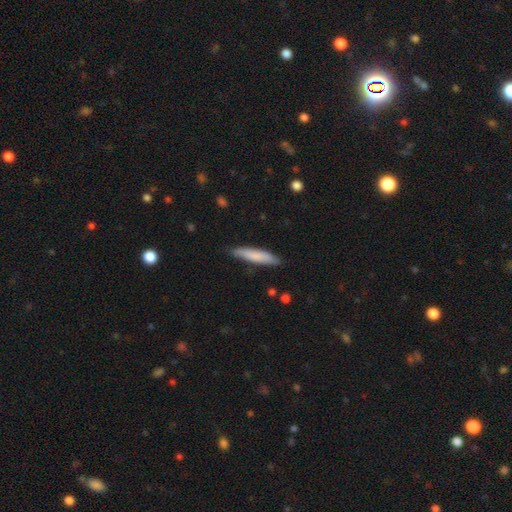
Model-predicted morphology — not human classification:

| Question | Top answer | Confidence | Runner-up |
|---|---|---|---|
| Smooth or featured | smooth | 78% | featured or disk (16%) |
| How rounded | cigar-shaped | 86% | in between (13%) |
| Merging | none | 83% | minor disturbance (14%) |